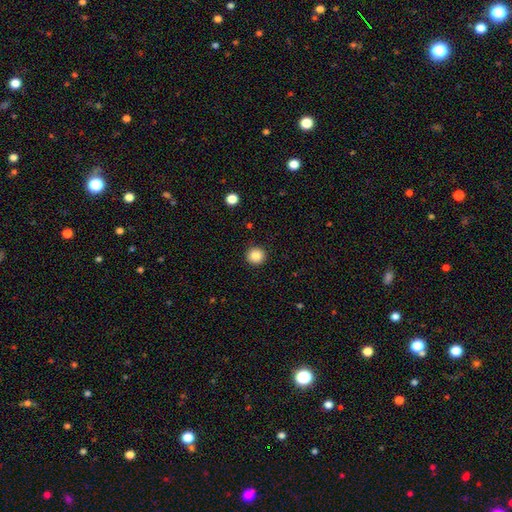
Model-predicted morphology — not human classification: Overall: smooth (86%). How rounded: round (95%). Merging: none (92%).